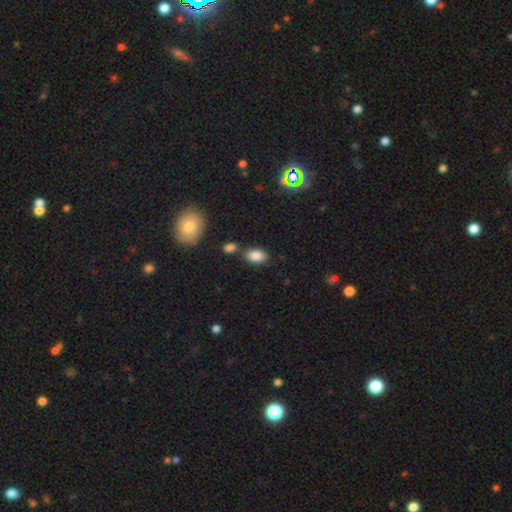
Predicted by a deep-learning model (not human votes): smooth 85%, star or artifact 8%, featured or disk 6%. Down the decision tree: how rounded — in between (91%); merging — none (71%).